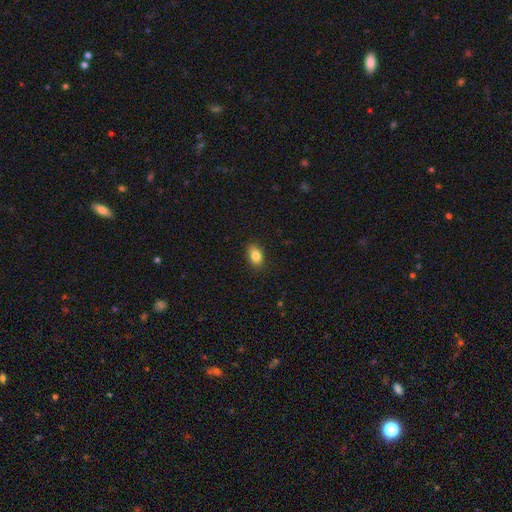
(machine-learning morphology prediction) Smooth or featured?
  - smooth: 84% *
  - star or artifact: 9%
  - featured or disk: 7%
How rounded?
  - in between: 81% *
  - round: 18%
  - cigar-shaped: 2%
Merging?
  - none: 85% *
  - minor disturbance: 12%
  - major disturbance: 2%
  - merger: 1%